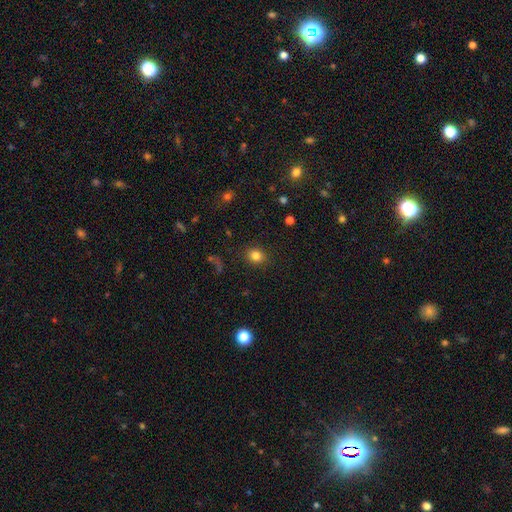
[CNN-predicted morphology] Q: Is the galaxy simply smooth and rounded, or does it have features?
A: smooth — 82%.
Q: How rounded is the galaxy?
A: round — 71%.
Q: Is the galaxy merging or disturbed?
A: none — 88%.